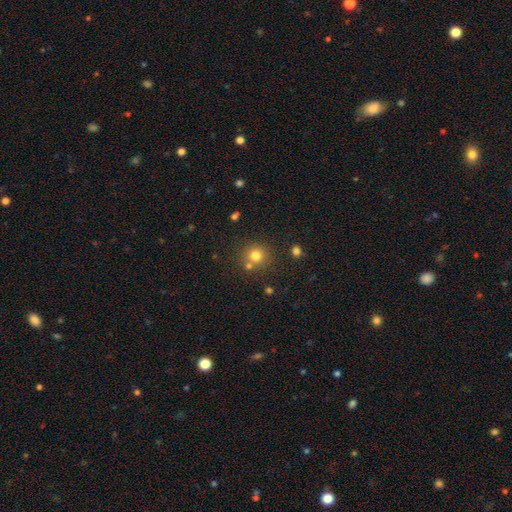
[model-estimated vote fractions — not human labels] Overall: smooth (77%). How rounded: round (91%). Merging: none (71%).